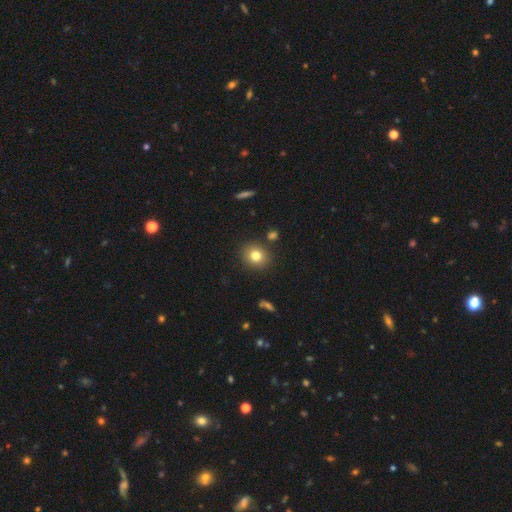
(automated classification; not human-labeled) A smooth galaxy with no disk features (78%) that is round (79%). Merging: none (86%).